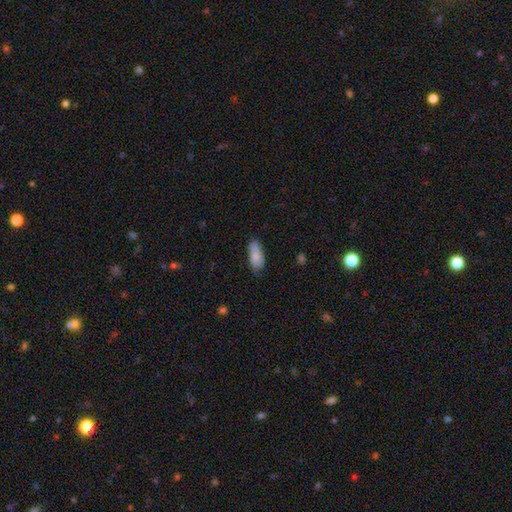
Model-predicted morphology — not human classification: Q: Smooth or featured?
A: smooth (86%); runner-up: featured or disk (8%)
Q: How rounded?
A: in between (85%); runner-up: cigar-shaped (13%)
Q: Merging?
A: none (73%); runner-up: minor disturbance (22%)